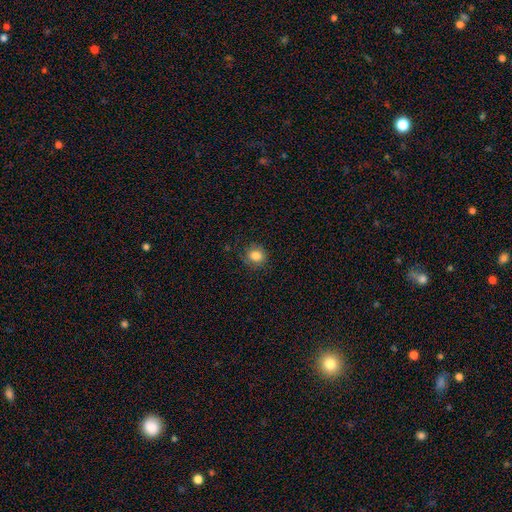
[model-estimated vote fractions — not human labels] This is clearly a smooth galaxy (84%). How rounded: likely round (74%). Merging: clearly none (81%).